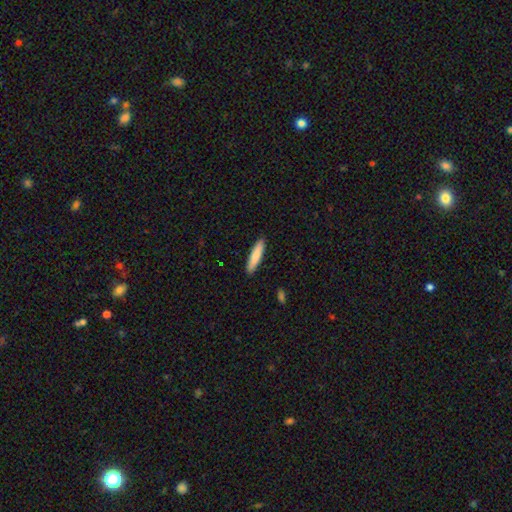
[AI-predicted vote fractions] Smooth or featured?
  - smooth: 79% *
  - featured or disk: 16%
  - star or artifact: 5%
How rounded?
  - cigar-shaped: 81% *
  - in between: 18%
  - round: 1%
Merging?
  - none: 91% *
  - minor disturbance: 7%
  - major disturbance: 1%
  - merger: 1%